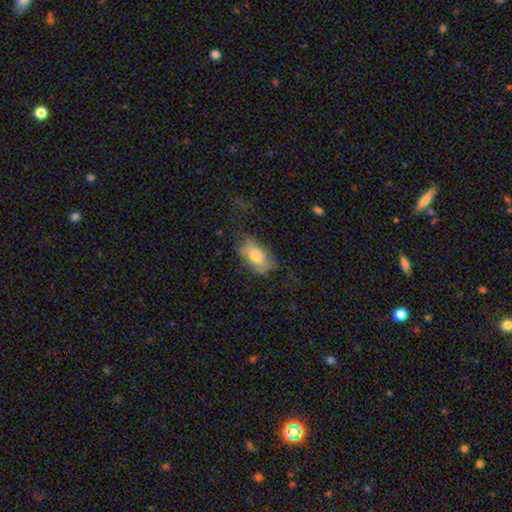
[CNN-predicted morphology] Overall: smooth (67%). How rounded: in between (91%). Merging: none (47%; minor disturbance 28%).